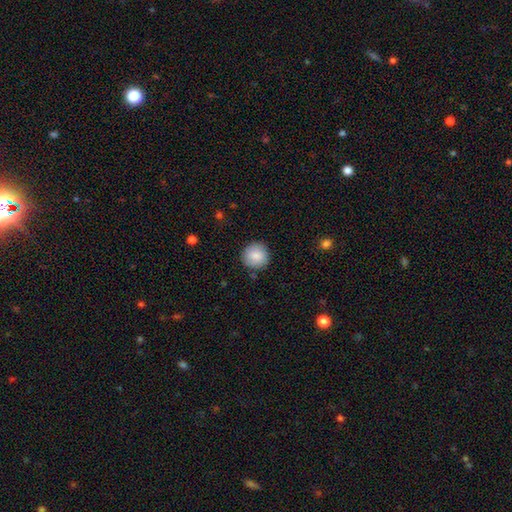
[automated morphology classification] This appears to be a smooth galaxy with no disk features (86%) that is round (94%). Merging: none (88%).